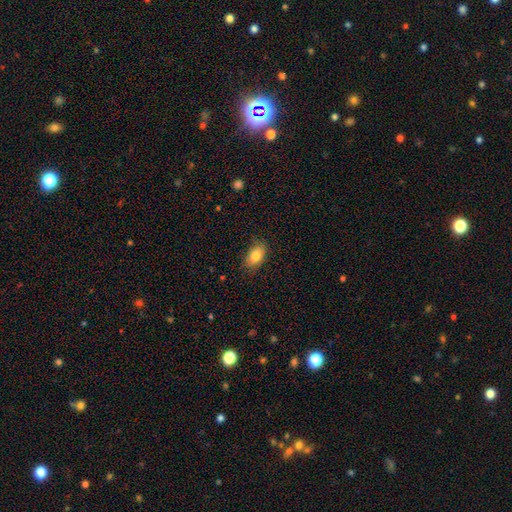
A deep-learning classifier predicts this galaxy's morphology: A smooth galaxy with no disk features (81%) that is in between round and cigar-shaped (91%).

Vote fractions:
- Smooth or featured? smooth: 81% / featured or disk: 11% / star or artifact: 8%
- How rounded? in between: 91% / round: 7% / cigar-shaped: 2%
- Merging? none: 83% / minor disturbance: 14% / major disturbance: 3% / merger: 1%